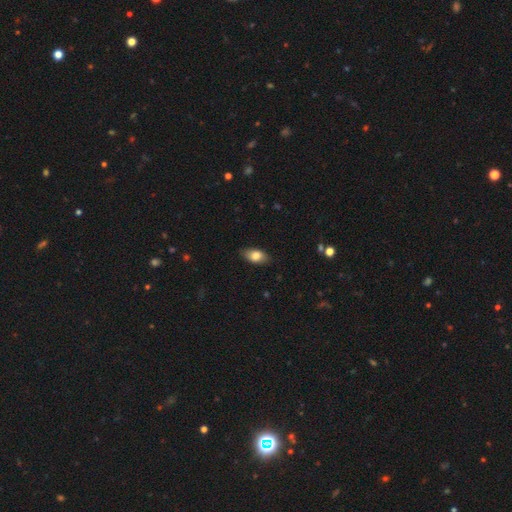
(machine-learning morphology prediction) Smooth or featured: smooth — 79% (featured or disk — 14%)
How rounded: in between — 89% (round — 6%)
Merging: none — 85% (minor disturbance — 12%)